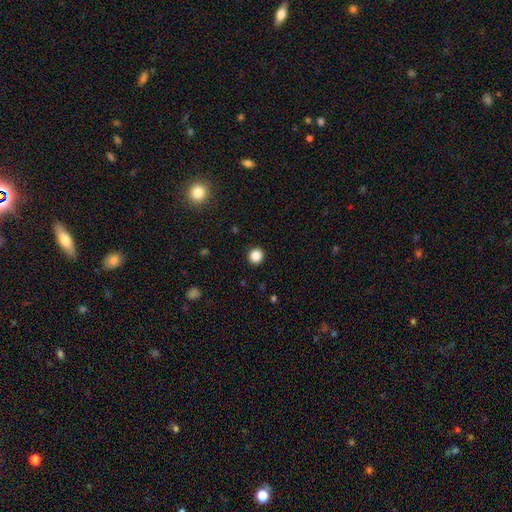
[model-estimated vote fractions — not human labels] Smooth or featured? Predicted: smooth (p=0.86). How rounded? Predicted: round (p=0.91). Merging? Predicted: none (p=0.92).